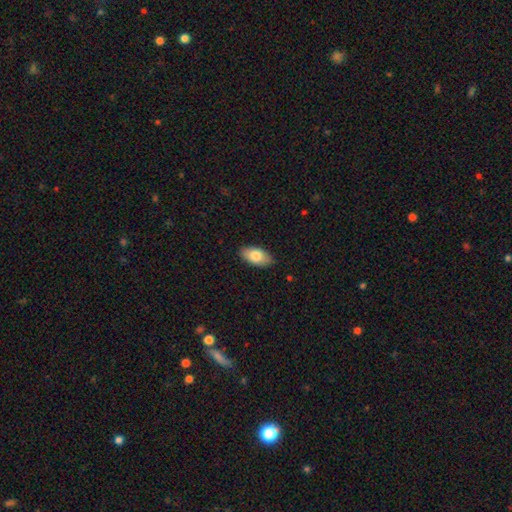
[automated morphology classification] A smooth galaxy with no disk features (80%) that is in between round and cigar-shaped (94%).

Vote fractions:
- Smooth or featured? smooth: 80% / featured or disk: 14% / star or artifact: 6%
- How rounded? in between: 94% / round: 3% / cigar-shaped: 3%
- Merging? none: 87% / minor disturbance: 10% / major disturbance: 2% / merger: 1%